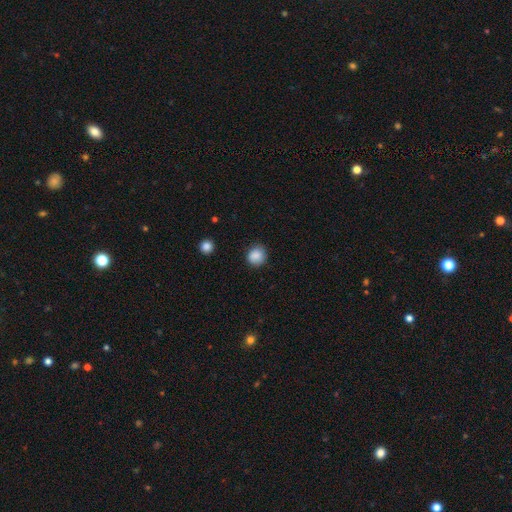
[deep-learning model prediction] Smooth or featured: smooth — 87% (star or artifact — 9%)
How rounded: round — 86% (in between — 13%)
Merging: none — 84% (minor disturbance — 12%)